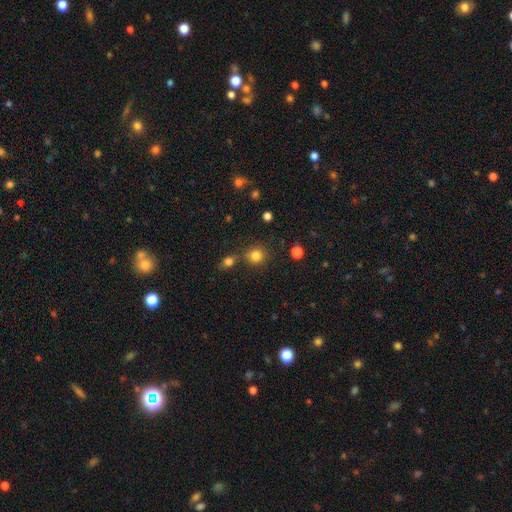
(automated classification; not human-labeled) Smooth or featured? smooth (81%)
How rounded? round (87%)
Merging? none (69%)